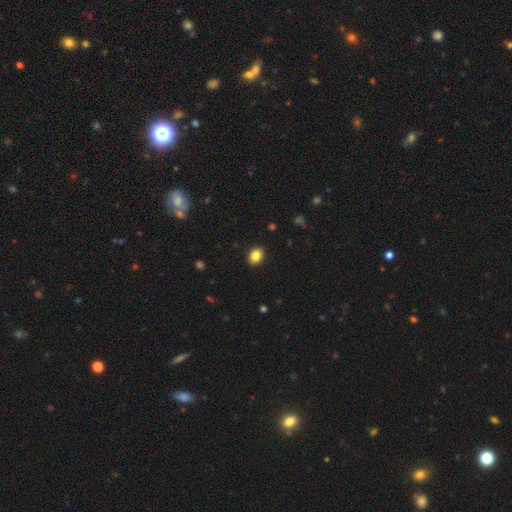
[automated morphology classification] A smooth galaxy with no disk features (84%) that is in between round and cigar-shaped (59%).

Vote fractions:
- Smooth or featured? smooth: 84% / star or artifact: 9% / featured or disk: 6%
- How rounded? in between: 59% / round: 40% / cigar-shaped: 1%
- Merging? none: 90% / minor disturbance: 7% / major disturbance: 2% / merger: 1%